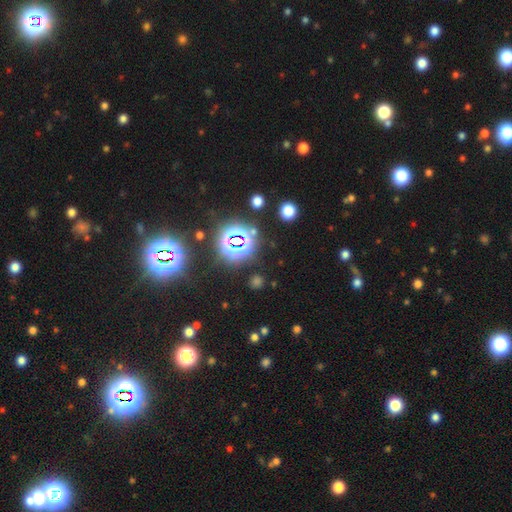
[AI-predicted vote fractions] smooth_or_featured: star or artifact (p=0.81) [alt: smooth p=0.12]